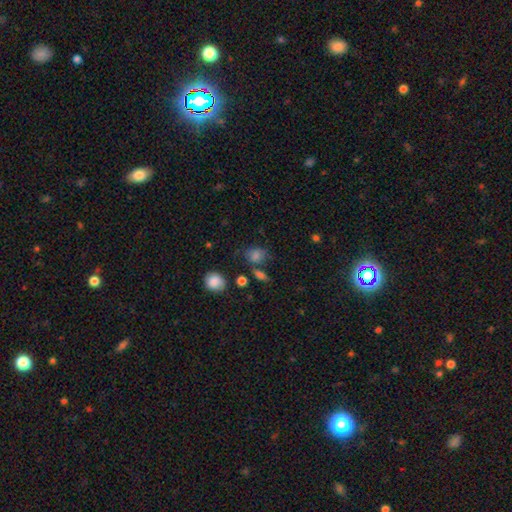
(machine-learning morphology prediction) A smooth galaxy with no disk features (75%) that is in between round and cigar-shaped (50%).

Vote fractions:
- Smooth or featured? smooth: 75% / star or artifact: 16% / featured or disk: 9%
- How rounded? in between: 50% / round: 48% / cigar-shaped: 2%
- Merging? none: 57% / minor disturbance: 21% / merger: 13% / major disturbance: 9%